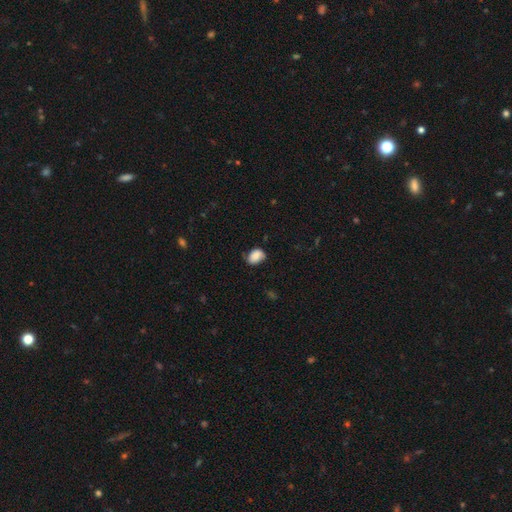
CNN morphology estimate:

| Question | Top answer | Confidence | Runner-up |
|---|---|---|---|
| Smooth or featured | smooth | 76% | featured or disk (16%) |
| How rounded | in between | 76% | round (22%) |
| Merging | none | 60% | minor disturbance (30%) |